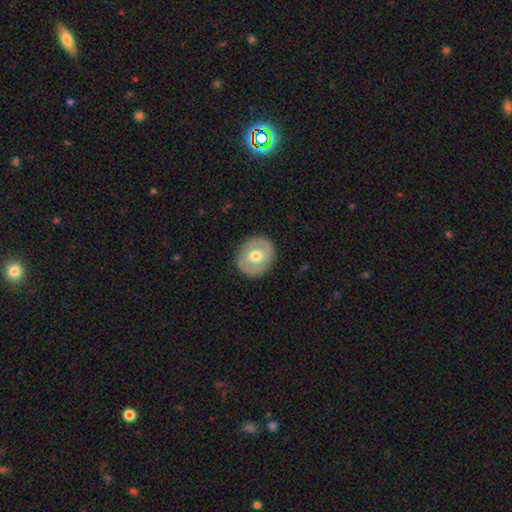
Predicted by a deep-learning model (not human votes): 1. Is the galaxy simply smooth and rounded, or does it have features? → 49% smooth, 45% featured or disk, 6% star or artifact.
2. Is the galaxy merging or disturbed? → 86% none, 10% minor disturbance, 3% major disturbance, 1% merger.